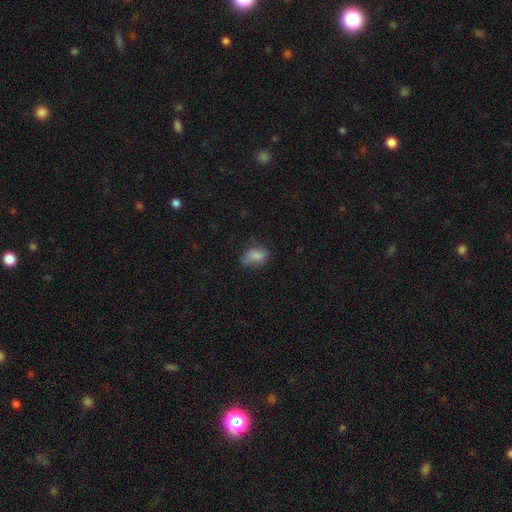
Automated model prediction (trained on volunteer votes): Smooth or featured? Predicted: smooth (p=0.79). How rounded? Predicted: in between (p=0.76). Merging? Predicted: none (p=0.54).